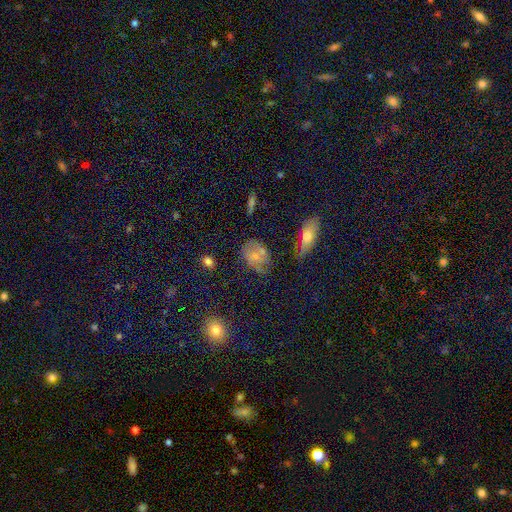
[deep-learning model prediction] Smooth or featured? Predicted: smooth (p=0.53). How rounded? Predicted: in between (p=0.68). Merging? Predicted: none (p=0.53).